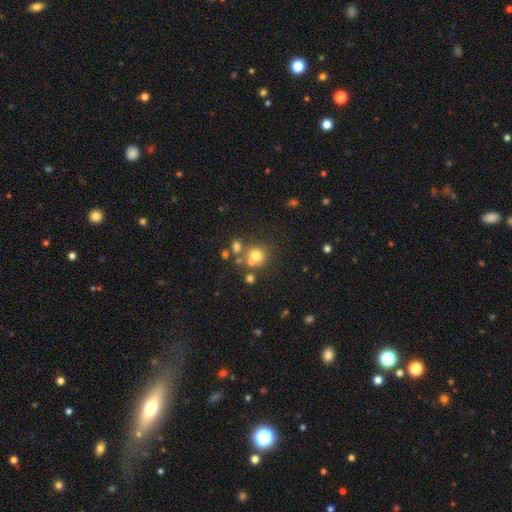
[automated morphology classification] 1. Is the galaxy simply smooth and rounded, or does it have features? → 66% smooth, 18% star or artifact, 16% featured or disk.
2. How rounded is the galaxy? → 85% round, 14% in between, 1% cigar-shaped.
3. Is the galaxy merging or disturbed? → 55% none, 29% merger, 10% minor disturbance, 6% major disturbance.